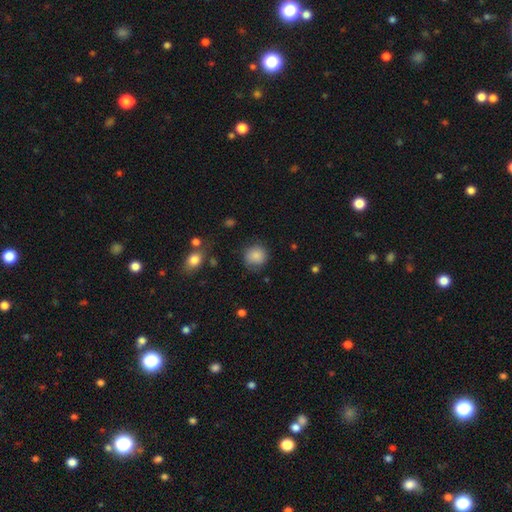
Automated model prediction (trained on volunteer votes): A smooth galaxy with no disk features (85%) that is round (89%). Merging: none (77%).